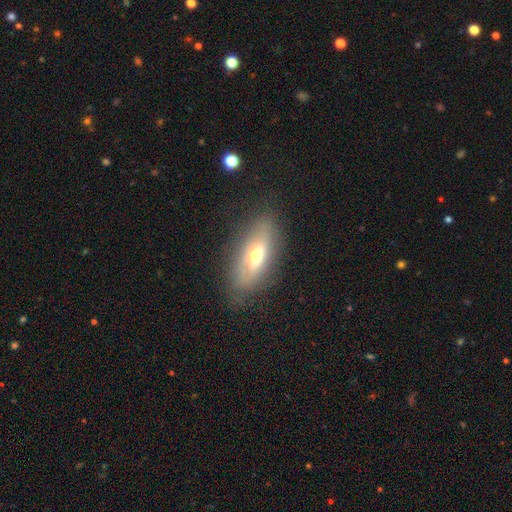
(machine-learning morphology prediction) Overall: smooth (50%; featured or disk 41%). Merging: none (78%).